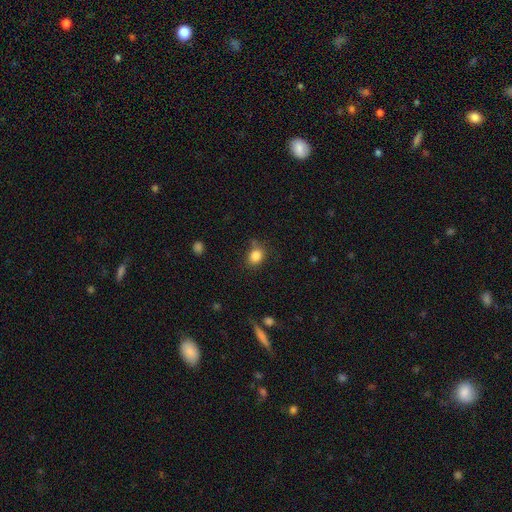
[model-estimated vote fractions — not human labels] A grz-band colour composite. It shows a smooth galaxy with no disk features (84%) that is round (51%). Merging: none (73%).